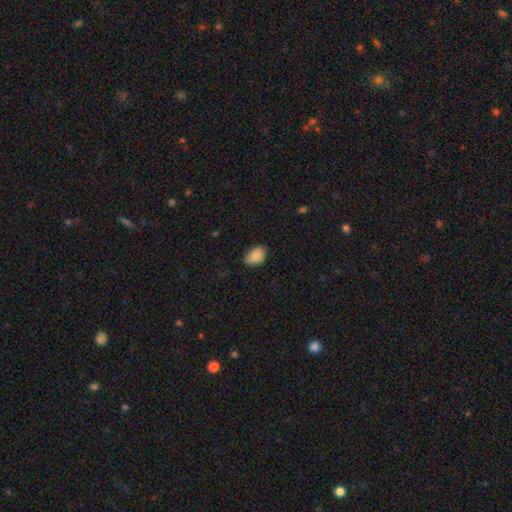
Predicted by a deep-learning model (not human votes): Smooth or featured? Predicted: smooth (p=0.86). How rounded? Predicted: in between (p=0.83). Merging? Predicted: none (p=0.66).